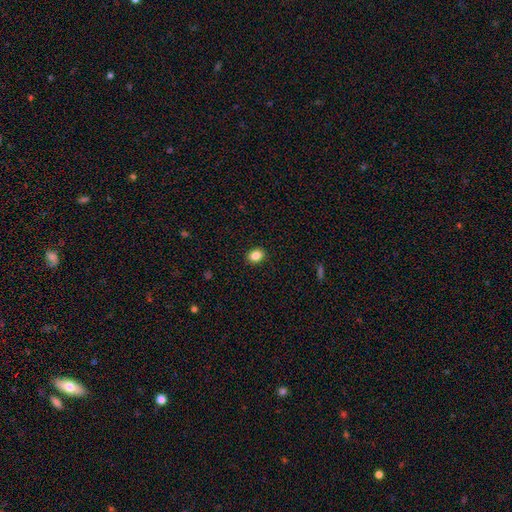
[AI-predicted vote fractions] Morphology: type=smooth (86%); roundness=in between (61%); merging=none (91%).